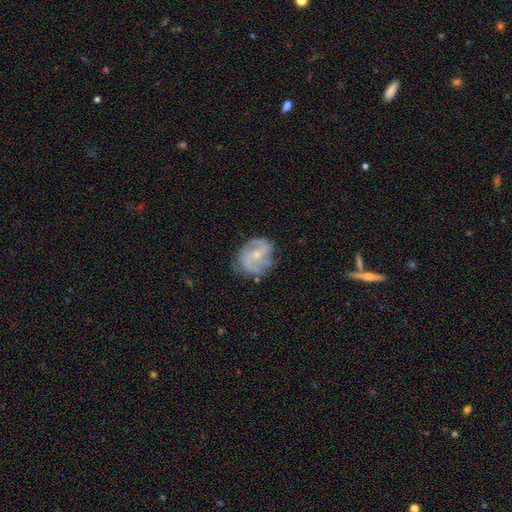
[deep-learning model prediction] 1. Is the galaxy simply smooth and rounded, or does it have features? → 72% featured or disk, 20% smooth, 7% star or artifact.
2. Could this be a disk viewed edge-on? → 97% no, 3% yes.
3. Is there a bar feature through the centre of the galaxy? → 57% no, 34% weak, 9% strong.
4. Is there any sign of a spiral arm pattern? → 85% yes, 15% no.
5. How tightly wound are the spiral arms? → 45% medium, 32% tight, 23% loose.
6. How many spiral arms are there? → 61% 2, 19% can't tell, 11% 3, 4% 1, 3% 4, 2% more than 4.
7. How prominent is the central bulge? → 66% small, 30% moderate, 2% none, 1% large, 1% dominant.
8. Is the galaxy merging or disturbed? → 67% none, 23% minor disturbance, 9% major disturbance, 2% merger.